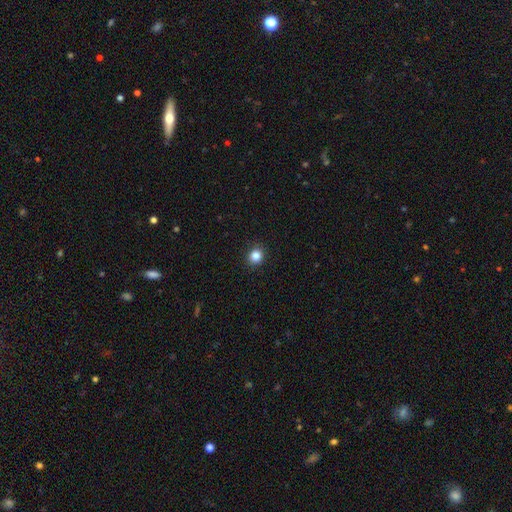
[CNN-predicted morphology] Smooth or featured?
  - smooth: 85% *
  - star or artifact: 11%
  - featured or disk: 4%
How rounded?
  - round: 82% *
  - in between: 18%
  - cigar-shaped: 1%
Merging?
  - none: 91% *
  - minor disturbance: 6%
  - major disturbance: 2%
  - merger: 1%